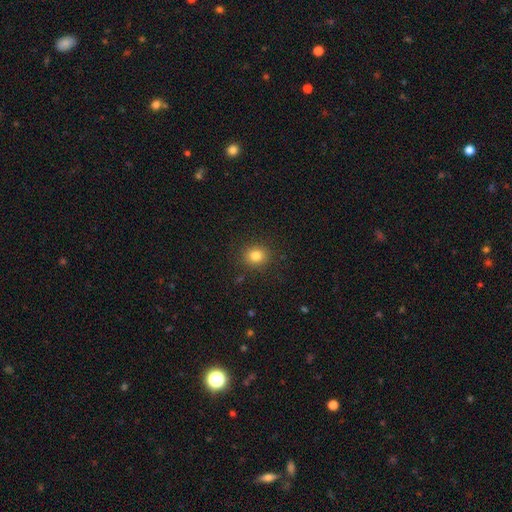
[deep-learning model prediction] smooth 82%, star or artifact 12%, featured or disk 6%. Down the decision tree: how rounded — round (78%); merging — none (89%).